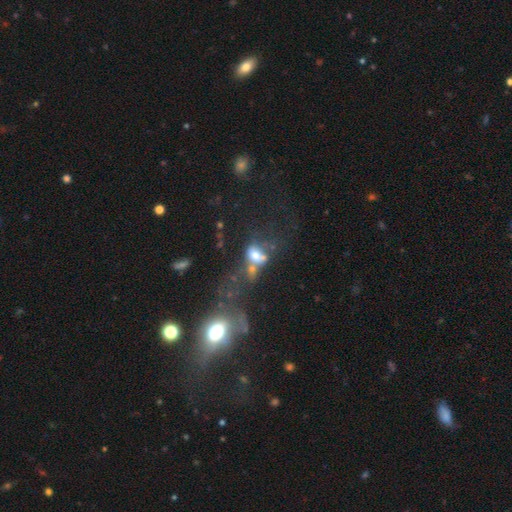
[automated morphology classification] smooth 50%, featured or disk 32%, star or artifact 17%. Down the decision tree: how rounded — in between (75%); merging — merger (47%).